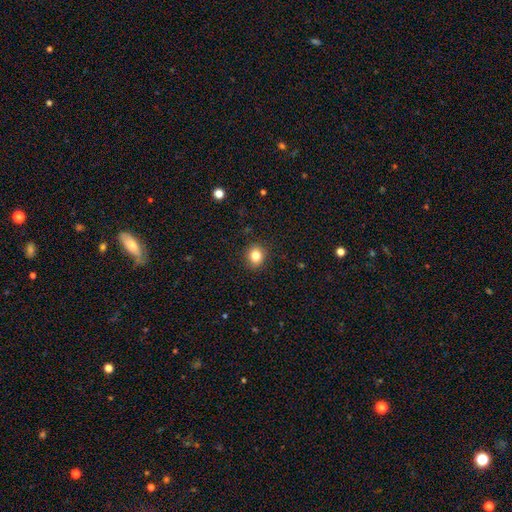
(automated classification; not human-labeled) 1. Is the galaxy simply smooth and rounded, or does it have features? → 83% smooth, 11% star or artifact, 6% featured or disk.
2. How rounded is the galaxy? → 71% round, 28% in between, 1% cigar-shaped.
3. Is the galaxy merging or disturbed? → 90% none, 7% minor disturbance, 2% major disturbance, 1% merger.